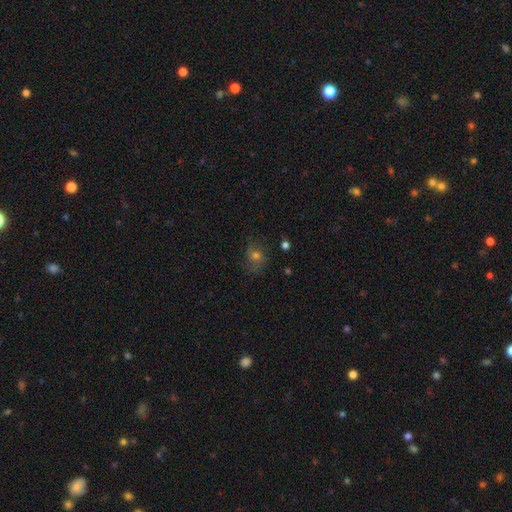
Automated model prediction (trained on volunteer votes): Smooth or featured? Predicted: smooth (p=0.48). Merging? Predicted: none (p=0.68).